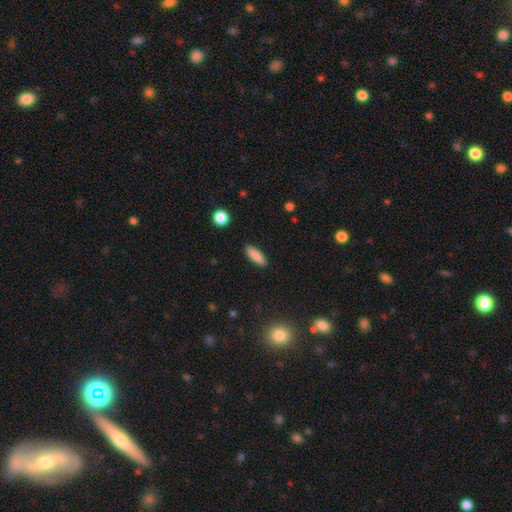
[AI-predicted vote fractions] smooth-or-featured: smooth: 86% | star or artifact: 7% | featured or disk: 7%
  how-rounded: in between: 54% | cigar-shaped: 44% | round: 2%
  merging: none: 89% | minor disturbance: 8% | major disturbance: 2% | merger: 1%